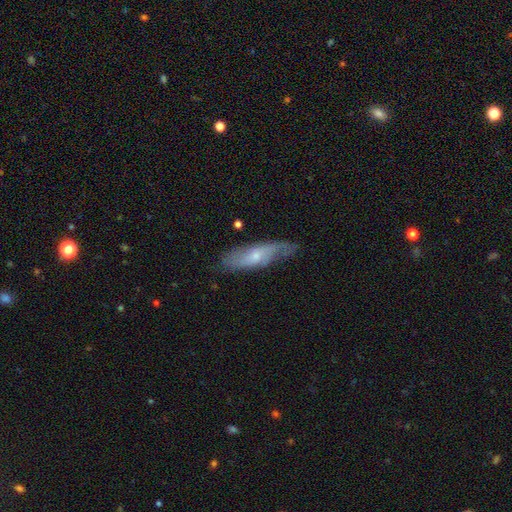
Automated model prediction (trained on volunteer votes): Overall: featured or disk (56%; smooth 38%). Edge-on disk: no (63%; yes 37%). Merging: none (69%).